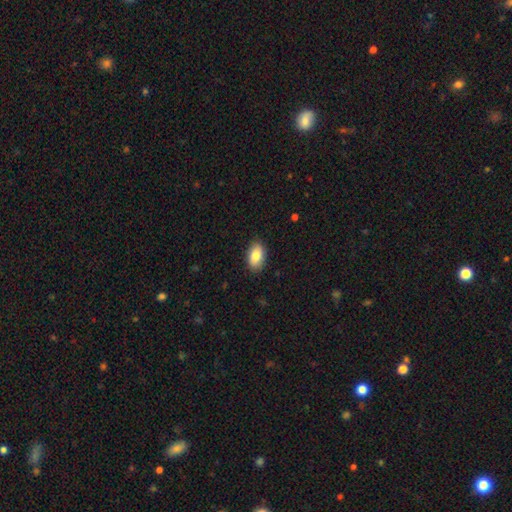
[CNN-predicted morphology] A smooth galaxy with no disk features (85%) that is in between round and cigar-shaped (92%). Merging: none (88%).